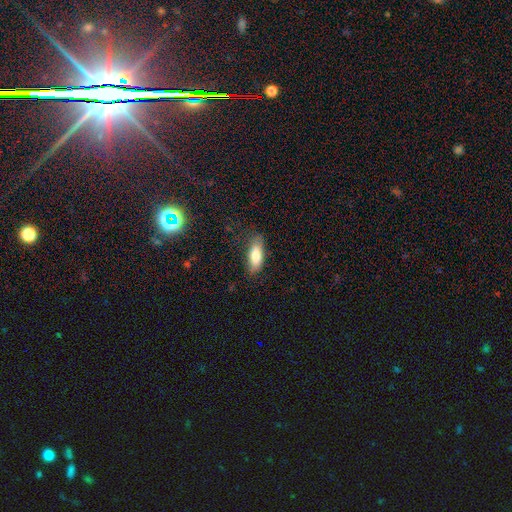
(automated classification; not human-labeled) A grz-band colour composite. It shows a smooth galaxy with no disk features (79%) that is in between round and cigar-shaped (74%). Merging: none (76%).